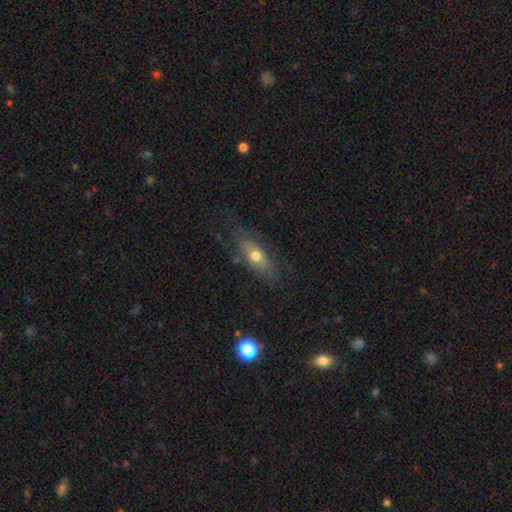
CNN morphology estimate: type=smooth (56%); roundness=in between (69%); merging=none (68%).